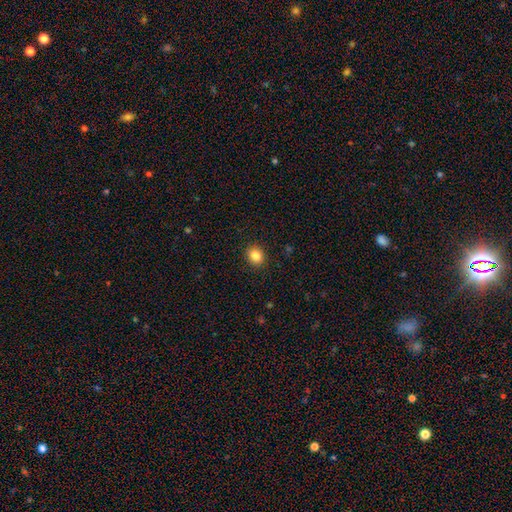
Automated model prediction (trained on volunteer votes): A smooth galaxy with no disk features (85%) that is round (64%).

Vote fractions:
- Smooth or featured? smooth: 85% / star or artifact: 10% / featured or disk: 5%
- How rounded? round: 64% / in between: 36% / cigar-shaped: 1%
- Merging? none: 90% / minor disturbance: 7% / major disturbance: 2% / merger: 1%